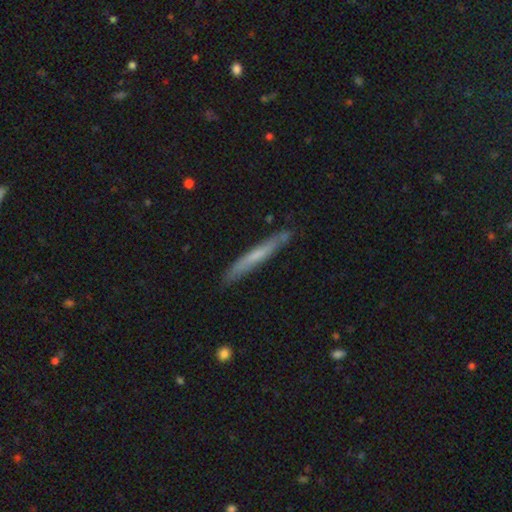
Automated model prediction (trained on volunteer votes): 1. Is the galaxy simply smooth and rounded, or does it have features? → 53% smooth, 42% featured or disk, 6% star or artifact.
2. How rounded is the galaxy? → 96% cigar-shaped, 3% in between, 1% round.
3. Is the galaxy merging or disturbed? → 83% none, 13% minor disturbance, 2% major disturbance, 2% merger.